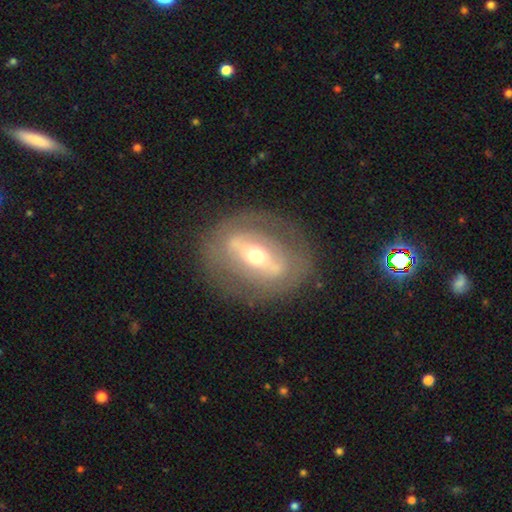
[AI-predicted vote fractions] smooth_or_featured: featured or disk (p=0.72) [alt: smooth p=0.20]
disk_edge_on: no (p=0.85) [alt: yes p=0.15]
bar: strong (p=0.60) [alt: weak p=0.23]
has_spiral_arms: no (p=0.71) [alt: yes p=0.29]
bulge_size: moderate (p=0.60) [alt: small p=0.32]
merging: none (p=0.78) [alt: minor disturbance p=0.13]